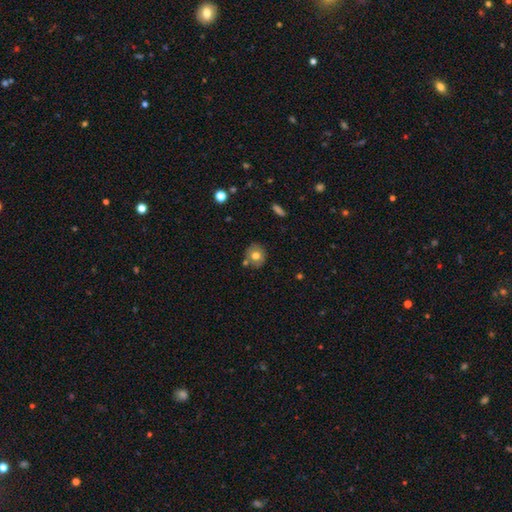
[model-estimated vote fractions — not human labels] Q: Smooth or featured?
A: smooth (68%); runner-up: featured or disk (22%)
Q: How rounded?
A: round (80%); runner-up: in between (19%)
Q: Merging?
A: none (75%); runner-up: minor disturbance (13%)